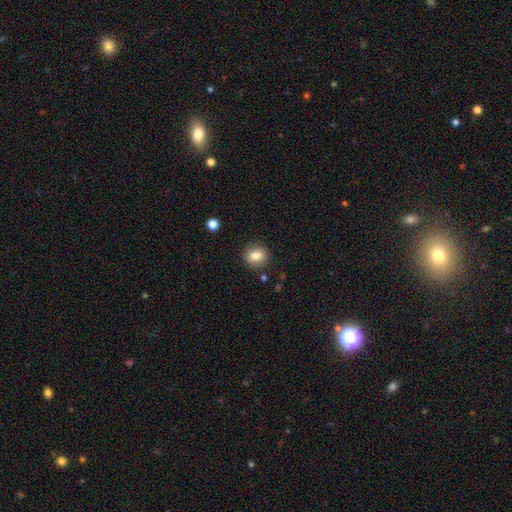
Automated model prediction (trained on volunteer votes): This appears to be a smooth galaxy with no disk features (83%) that is round (78%). Merging: none (88%).